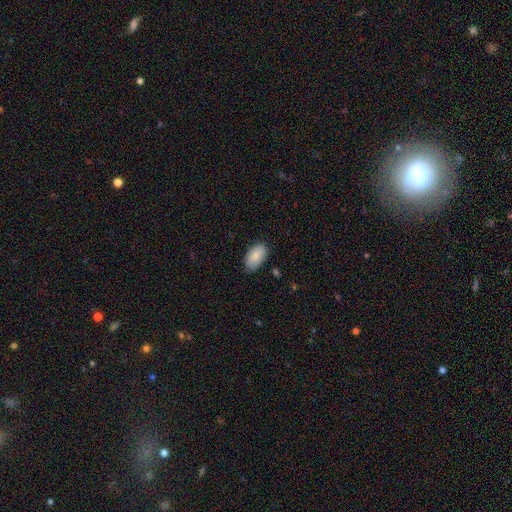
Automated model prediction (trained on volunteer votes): This is clearly a smooth galaxy (88%). How rounded: clearly in between (95%). Merging: clearly none (80%).